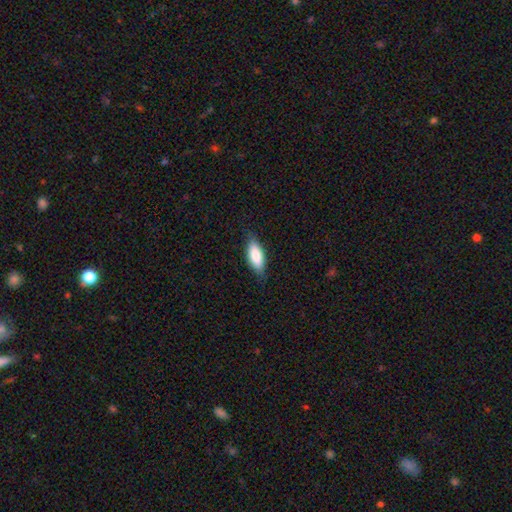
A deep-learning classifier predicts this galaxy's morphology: Smooth or featured? smooth (78%)
How rounded? in between (77%)
Merging? none (80%)